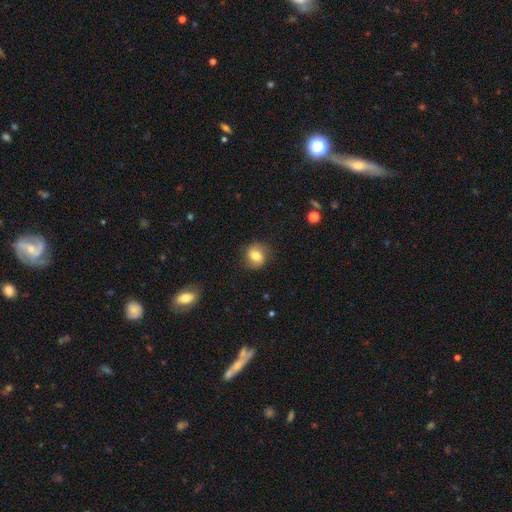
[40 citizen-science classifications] Smooth or featured: smooth — 70% (featured or disk — 20%)
How rounded: round — 64% (in between — 32%)
Merging: none — 72% (minor disturbance — 17%)